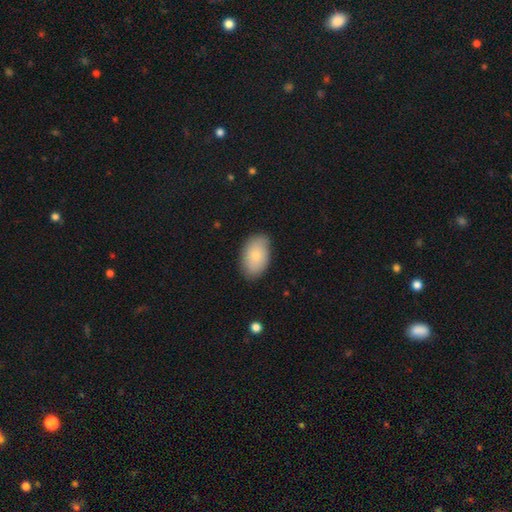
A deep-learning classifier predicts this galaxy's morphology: Q: Smooth or featured?
A: smooth (78%); runner-up: featured or disk (16%)
Q: How rounded?
A: in between (91%); runner-up: round (7%)
Q: Merging?
A: none (83%); runner-up: minor disturbance (13%)